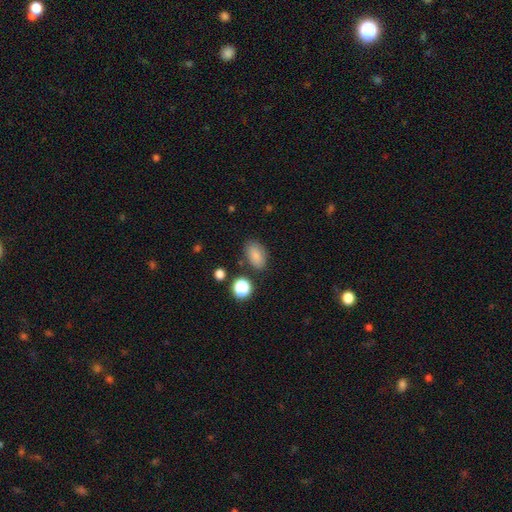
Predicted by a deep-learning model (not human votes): Morphology: type=smooth (83%); roundness=in between (89%); merging=none (79%).